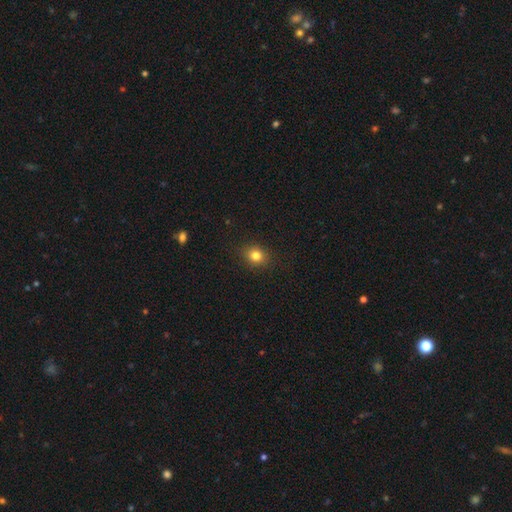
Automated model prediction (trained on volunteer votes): smooth 81%, star or artifact 12%, featured or disk 6%. Down the decision tree: how rounded — round (72%); merging — none (89%).